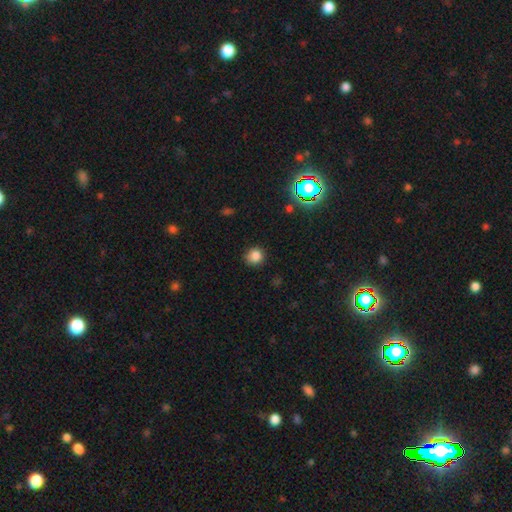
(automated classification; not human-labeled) This is clearly a smooth galaxy (83%). How rounded: clearly round (88%). Merging: clearly none (84%).